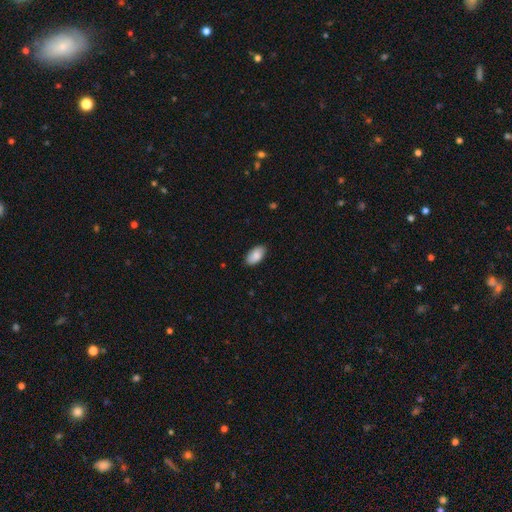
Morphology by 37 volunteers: smooth-or-featured: smooth: 86% | star or artifact: 8% | featured or disk: 5%
  how-rounded: in between: 100% | round: 0% | cigar-shaped: 0%
  merging: none: 91% | minor disturbance: 6% | merger: 3% | major disturbance: 0%